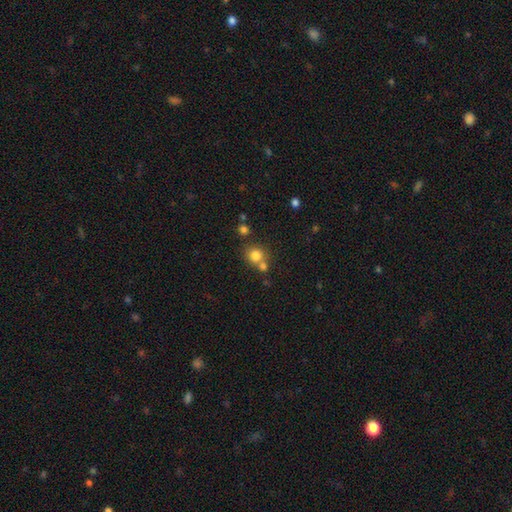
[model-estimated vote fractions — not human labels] smooth-or-featured: smooth: 79% | star or artifact: 13% | featured or disk: 8%
  how-rounded: round: 86% | in between: 13% | cigar-shaped: 1%
  merging: none: 56% | merger: 33% | minor disturbance: 8% | major disturbance: 3%